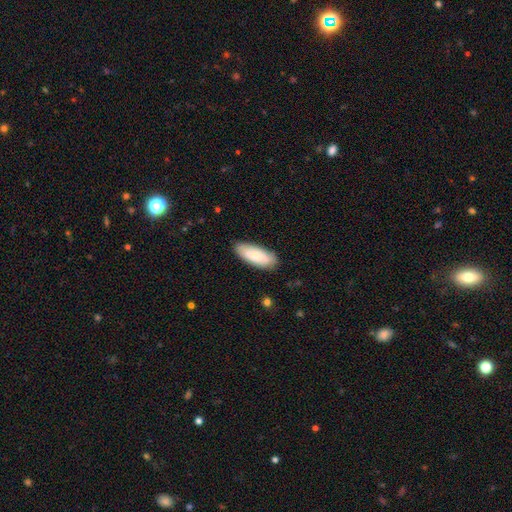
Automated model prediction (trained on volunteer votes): Smooth or featured? Predicted: smooth (p=0.71). How rounded? Predicted: in between (p=0.79). Merging? Predicted: none (p=0.83).